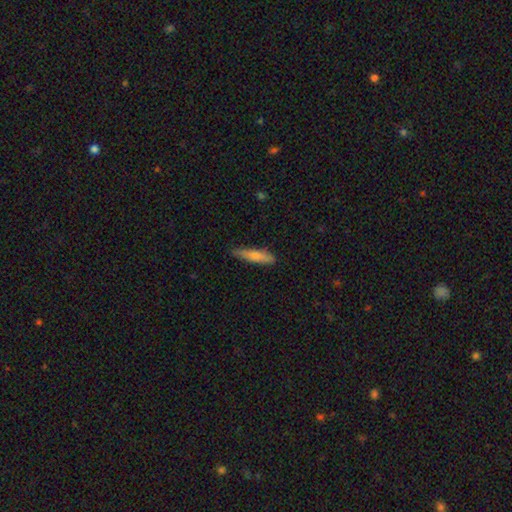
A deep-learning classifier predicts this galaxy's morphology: This appears to be a smooth galaxy with no disk features (76%) that is cigar-shaped (80%). Merging: none (79%).